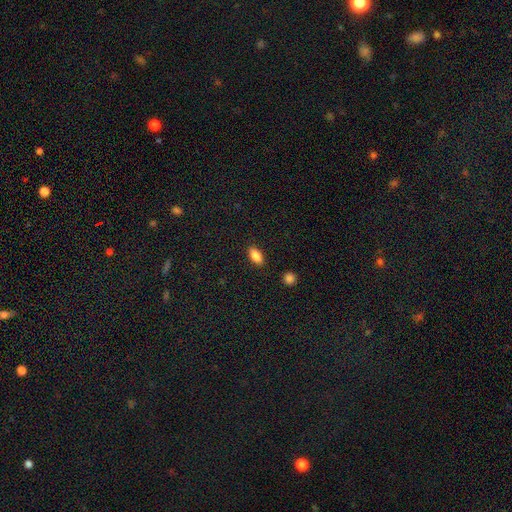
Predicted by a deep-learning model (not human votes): Smooth or featured? smooth (84%)
How rounded? in between (89%)
Merging? none (87%)